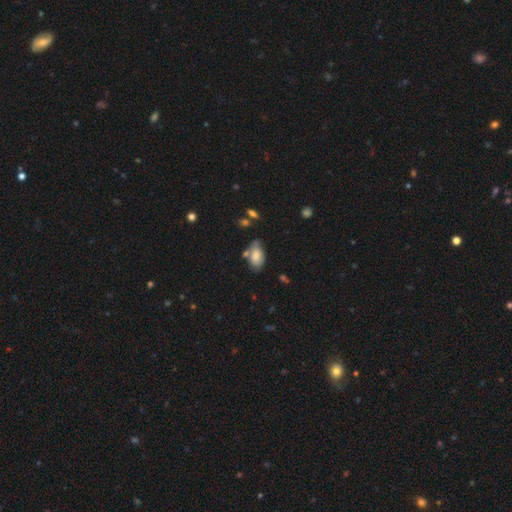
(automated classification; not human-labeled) This appears to be a smooth galaxy with no disk features (76%) that is in between round and cigar-shaped (93%). Merging: none (57%).